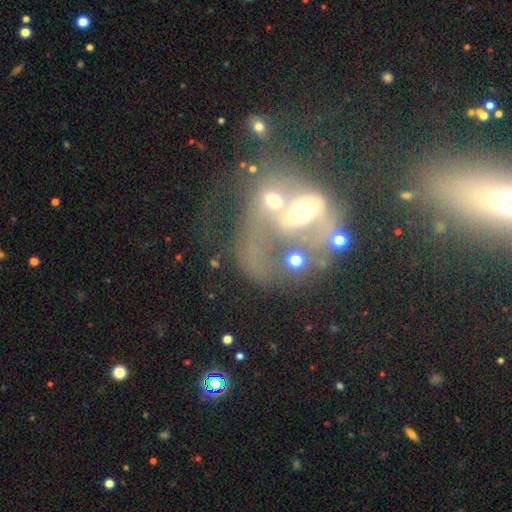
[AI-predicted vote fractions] The model was most divided on "merging": merger: 45%, major disturbance: 32%, none: 14%, minor disturbance: 8%. More confident: edge-on disk — no (96%); bar — no (68%); spiral arms — no (63%); smooth or featured — featured or disk (60%); bulge size — moderate (54%).